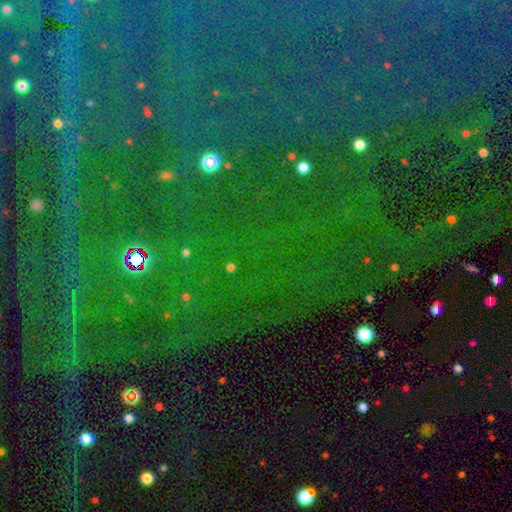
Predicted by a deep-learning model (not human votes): Smooth or featured? star or artifact (82%)